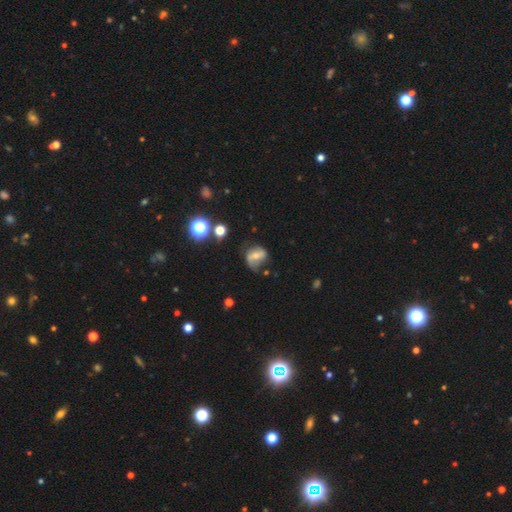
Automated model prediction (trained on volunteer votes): featured or disk 54%, smooth 33%, star or artifact 12%. Down the decision tree: edge-on disk — no (96%); bar — weak (38%); spiral arms — yes (72%); bulge size — moderate (53%); merging — none (51%).